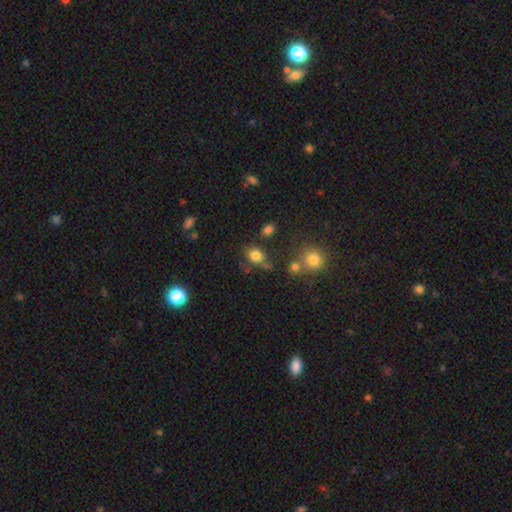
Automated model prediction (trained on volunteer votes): smooth_or_featured: smooth (p=0.81) [alt: star or artifact p=0.13]
how_rounded: in between (p=0.50) [alt: round p=0.49]
merging: none (p=0.63) [alt: minor disturbance p=0.19]